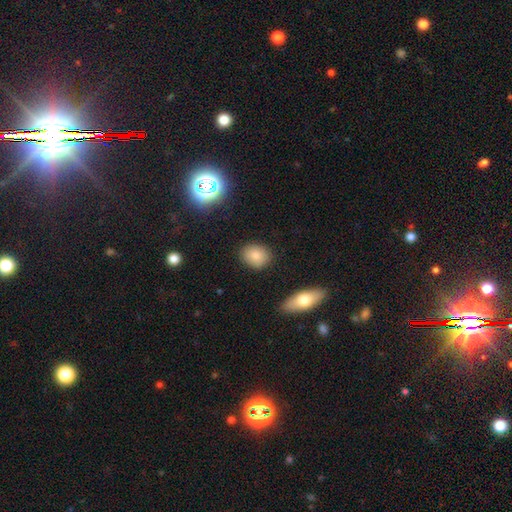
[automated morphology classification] Smooth or featured? smooth (82%)
How rounded? in between (51%)
Merging? none (86%)